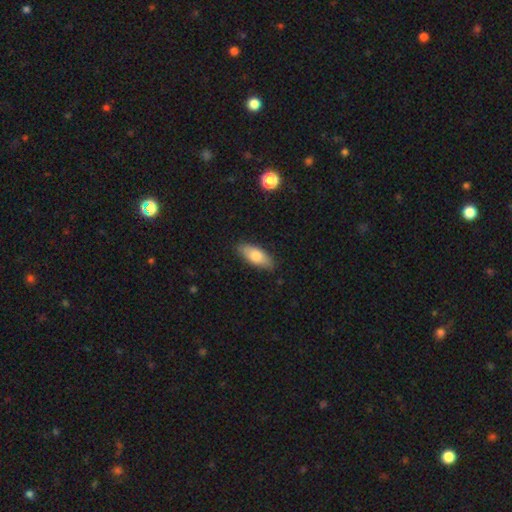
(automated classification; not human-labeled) The model was most divided on "smooth or featured": smooth: 76%, featured or disk: 18%, star or artifact: 6%. More confident: merging — none (85%); how rounded — in between (79%).